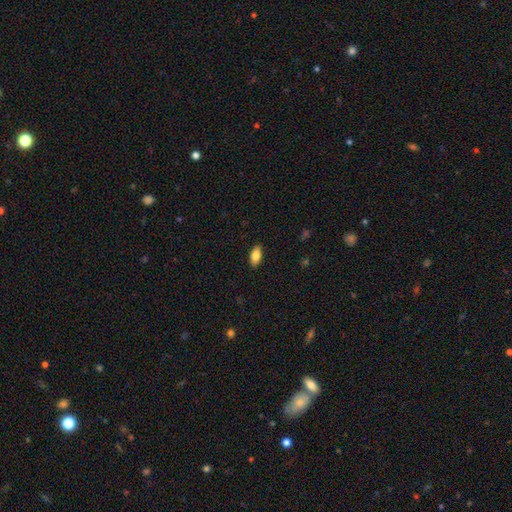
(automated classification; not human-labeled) The model was most divided on "smooth or featured": smooth: 82%, featured or disk: 11%, star or artifact: 7%. More confident: how rounded — in between (90%); merging — none (89%).